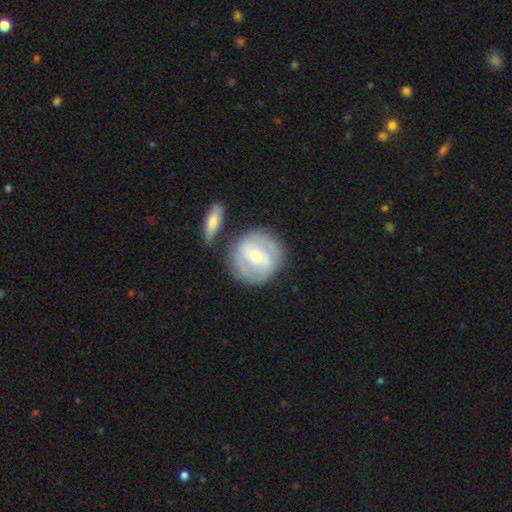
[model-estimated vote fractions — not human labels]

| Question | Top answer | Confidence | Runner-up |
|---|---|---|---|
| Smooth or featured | featured or disk | 66% | smooth (28%) |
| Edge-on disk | no | 96% | yes (4%) |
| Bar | weak | 44% | no (33%) |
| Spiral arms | yes | 74% | no (26%) |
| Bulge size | small | 50% | moderate (46%) |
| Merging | none | 70% | minor disturbance (13%) |